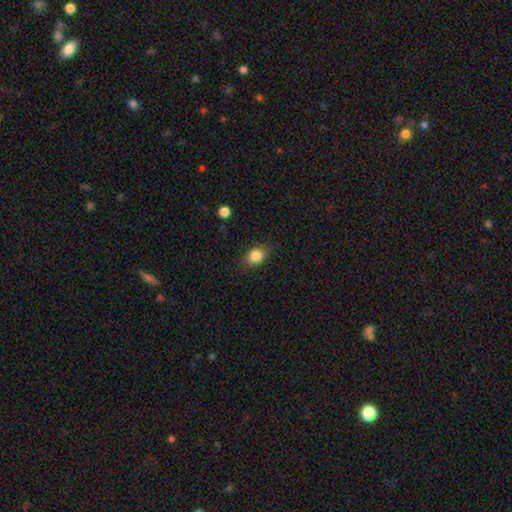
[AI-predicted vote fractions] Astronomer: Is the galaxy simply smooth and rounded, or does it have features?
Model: smooth — 85%.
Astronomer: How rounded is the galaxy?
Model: in between — 62%.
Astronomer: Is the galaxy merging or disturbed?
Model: none — 82%.